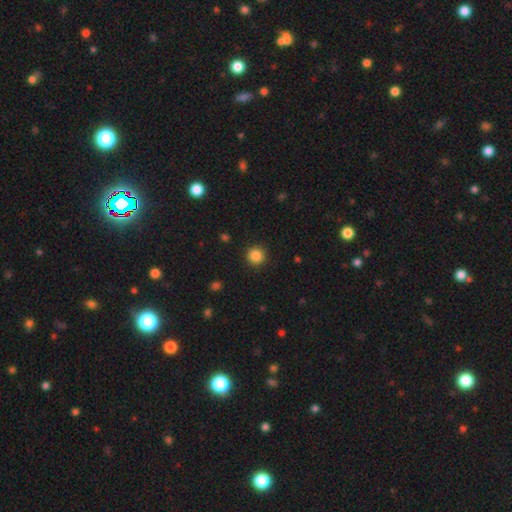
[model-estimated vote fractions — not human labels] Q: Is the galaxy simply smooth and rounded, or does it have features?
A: smooth — 86%.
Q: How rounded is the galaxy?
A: round — 95%.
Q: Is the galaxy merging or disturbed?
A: none — 92%.